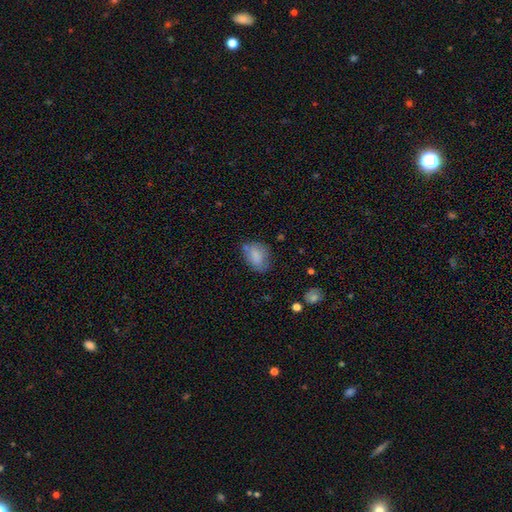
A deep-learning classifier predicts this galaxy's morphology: Smooth or featured? smooth (77%)
How rounded? in between (77%)
Merging? none (52%)